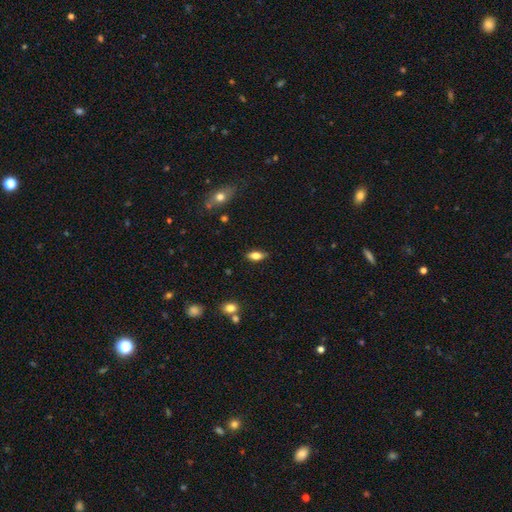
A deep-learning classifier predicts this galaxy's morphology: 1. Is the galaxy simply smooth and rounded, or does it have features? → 71% smooth, 20% featured or disk, 8% star or artifact.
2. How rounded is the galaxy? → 80% in between, 15% cigar-shaped, 5% round.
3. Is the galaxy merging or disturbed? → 84% none, 12% minor disturbance, 3% major disturbance, 2% merger.